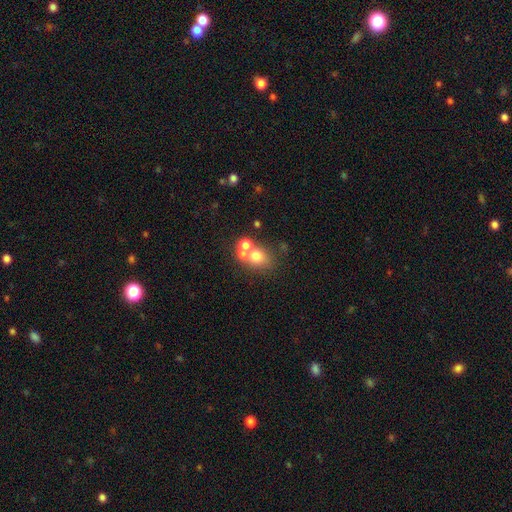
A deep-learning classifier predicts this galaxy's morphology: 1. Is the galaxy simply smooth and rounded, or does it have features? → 64% smooth, 21% featured or disk, 16% star or artifact.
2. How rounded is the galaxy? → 73% round, 26% in between, 1% cigar-shaped.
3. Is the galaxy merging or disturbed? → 46% merger, 42% none, 7% minor disturbance, 5% major disturbance.